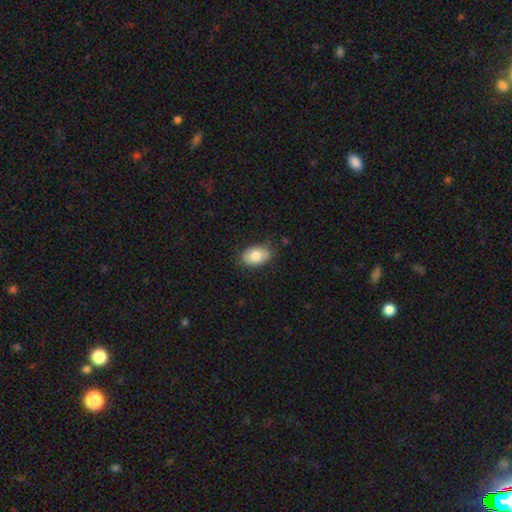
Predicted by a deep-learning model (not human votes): smooth_or_featured: smooth (p=0.80) [alt: featured or disk p=0.13]
how_rounded: in between (p=0.87) [alt: round p=0.11]
merging: none (p=0.80) [alt: minor disturbance p=0.16]